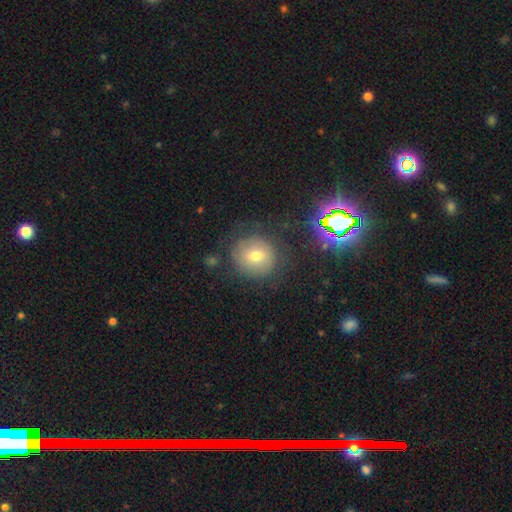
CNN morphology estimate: Overall: smooth (63%). How rounded: round (88%). Merging: none (79%).